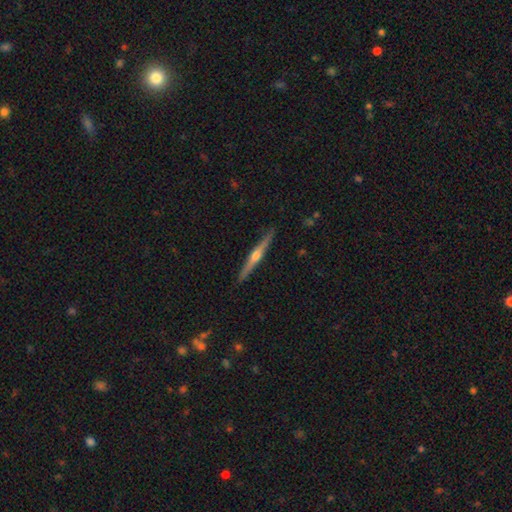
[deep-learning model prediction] Smooth or featured?
  - featured or disk: 76% *
  - smooth: 19%
  - star or artifact: 5%
Edge-on disk?
  - yes: 98% *
  - no: 2%
Edge-on bulge?
  - rounded: 92% *
  - none: 4%
  - boxy: 3%
Merging?
  - none: 91% *
  - minor disturbance: 7%
  - major disturbance: 1%
  - merger: 1%